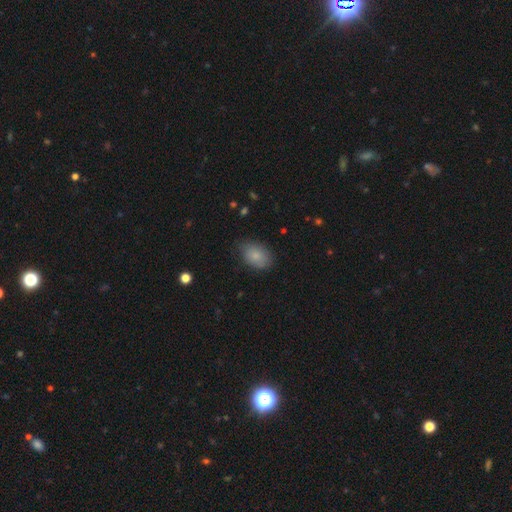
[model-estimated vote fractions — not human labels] smooth_or_featured: smooth (p=0.84) [alt: featured or disk p=0.09]
how_rounded: in between (p=0.85) [alt: round p=0.13]
merging: none (p=0.78) [alt: minor disturbance p=0.17]